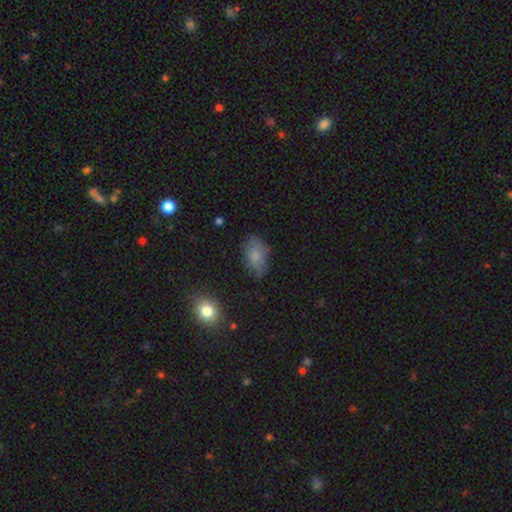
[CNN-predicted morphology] Q: Smooth or featured?
A: smooth (77%); runner-up: featured or disk (14%)
Q: How rounded?
A: in between (90%); runner-up: round (8%)
Q: Merging?
A: none (66%); runner-up: minor disturbance (25%)